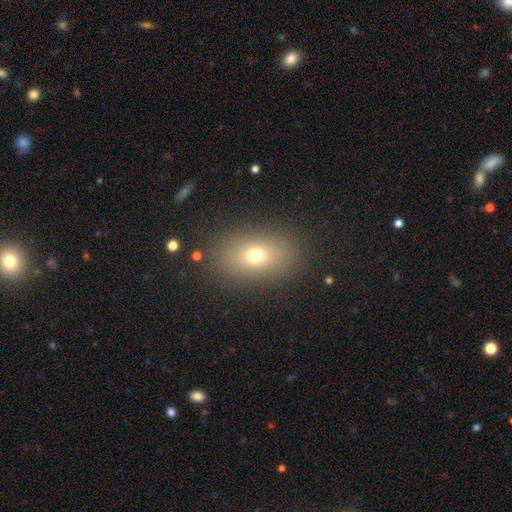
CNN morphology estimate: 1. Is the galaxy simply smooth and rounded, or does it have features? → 70% smooth, 16% featured or disk, 15% star or artifact.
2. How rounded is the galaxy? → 79% in between, 19% round, 2% cigar-shaped.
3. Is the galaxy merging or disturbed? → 86% none, 9% minor disturbance, 4% major disturbance, 1% merger.